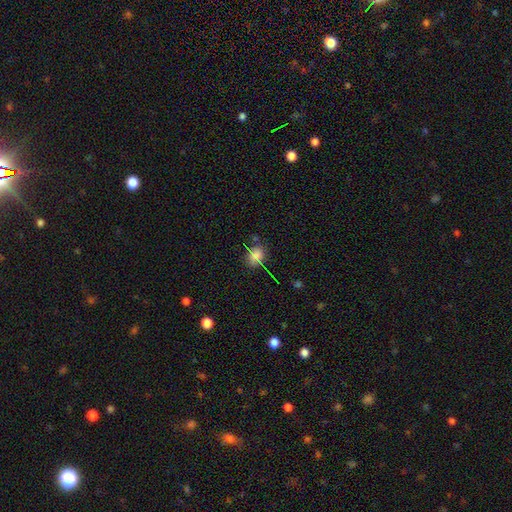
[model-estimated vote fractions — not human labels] Smooth or featured? Predicted: smooth (p=0.72). How rounded? Predicted: in between (p=0.52). Merging? Predicted: none (p=0.74).